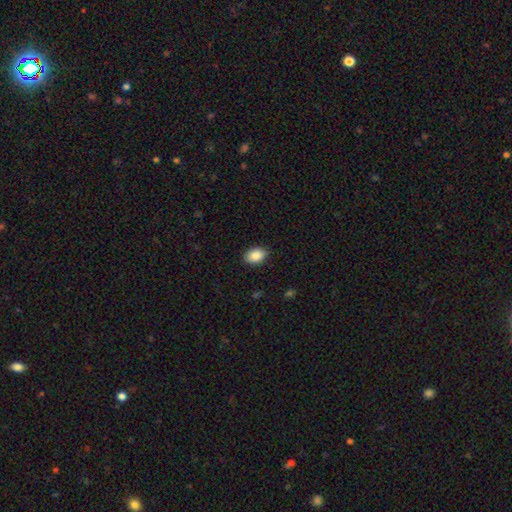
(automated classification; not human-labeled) This appears to be a smooth galaxy with no disk features (87%) that is in between round and cigar-shaped (82%). Merging: none (88%).